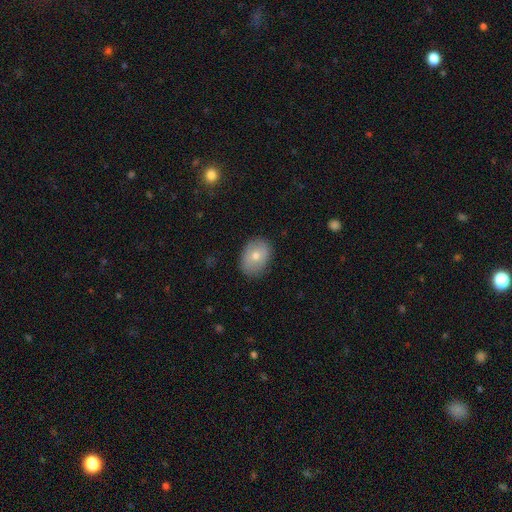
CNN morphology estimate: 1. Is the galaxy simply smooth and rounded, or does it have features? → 68% smooth, 24% featured or disk, 8% star or artifact.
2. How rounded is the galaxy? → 74% in between, 25% round, 1% cigar-shaped.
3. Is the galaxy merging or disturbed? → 85% none, 12% minor disturbance, 3% major disturbance, 1% merger.